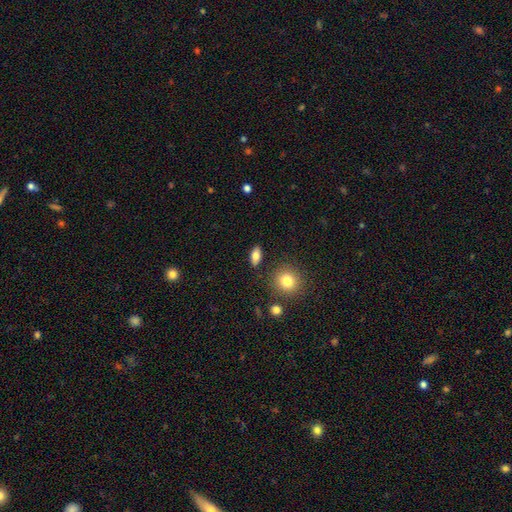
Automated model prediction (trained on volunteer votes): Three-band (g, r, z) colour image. It shows a smooth galaxy with no disk features (75%) that is in between round and cigar-shaped (81%). Merging: none (87%).